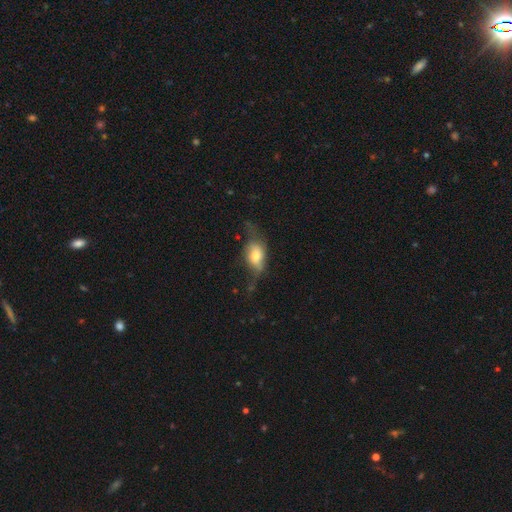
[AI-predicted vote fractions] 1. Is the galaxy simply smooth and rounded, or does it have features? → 57% smooth, 35% featured or disk, 8% star or artifact.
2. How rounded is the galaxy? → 81% in between, 13% round, 6% cigar-shaped.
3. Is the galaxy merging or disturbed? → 36% none, 31% minor disturbance, 30% major disturbance, 3% merger.